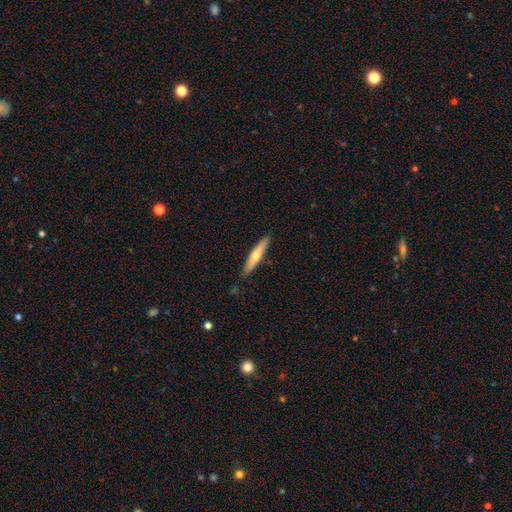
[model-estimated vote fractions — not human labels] Smooth or featured?
  - smooth: 47% * (tied)
  - featured or disk: 47% * (tied)
  - star or artifact: 6%
Merging?
  - none: 88% *
  - minor disturbance: 9%
  - major disturbance: 2%
  - merger: 1%